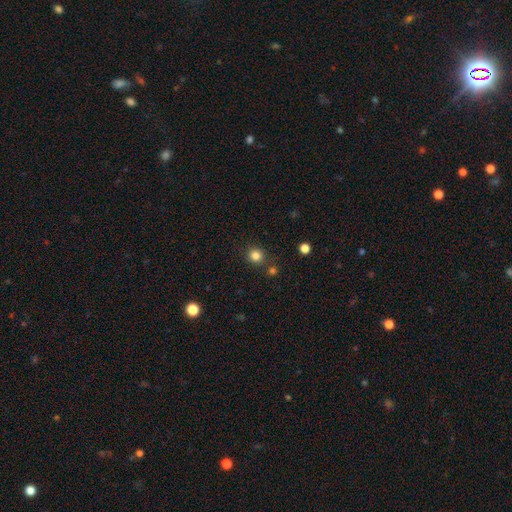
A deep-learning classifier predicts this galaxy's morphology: This appears to be a smooth galaxy with no disk features (83%) that is round (89%). Merging: none (83%).